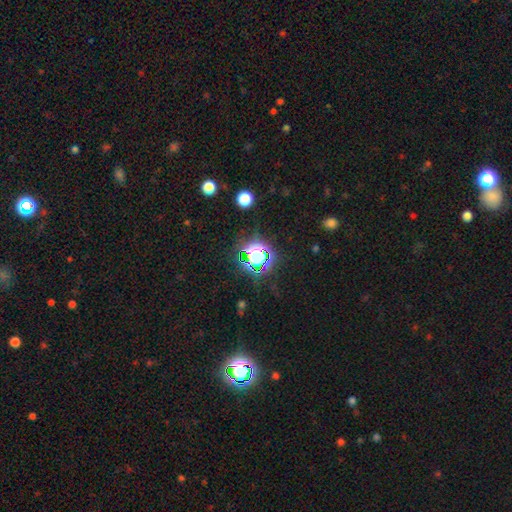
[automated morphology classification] smooth-or-featured: star or artifact: 69% | smooth: 22% | featured or disk: 9%